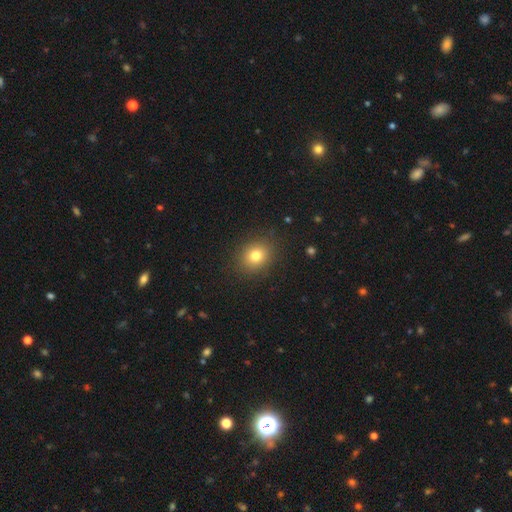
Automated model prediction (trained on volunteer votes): This appears to be a smooth galaxy with no disk features (79%) that is round (65%). Merging: none (88%).